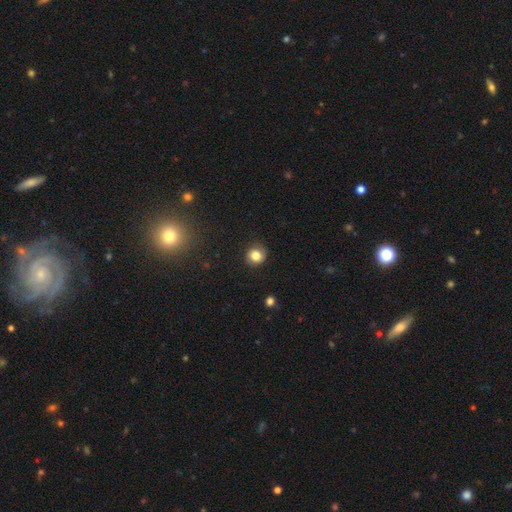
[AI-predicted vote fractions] This appears to be a smooth galaxy with no disk features (82%) that is round (90%). Merging: none (86%).